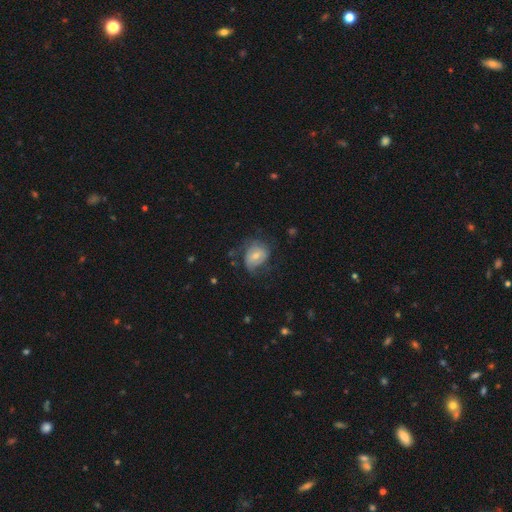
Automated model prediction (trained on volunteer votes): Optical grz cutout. It shows a smooth galaxy with no disk features (52%) that is round (50%). Merging: none (49%).